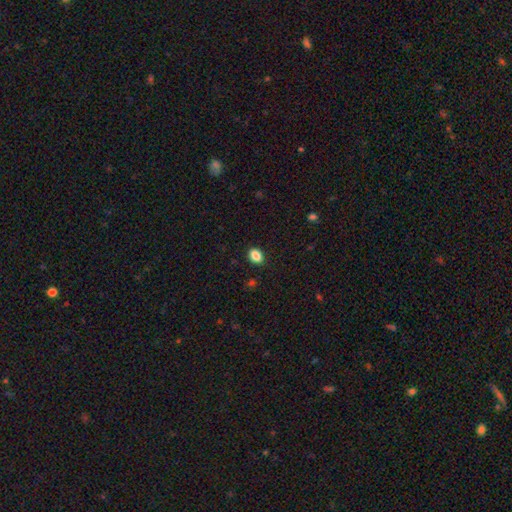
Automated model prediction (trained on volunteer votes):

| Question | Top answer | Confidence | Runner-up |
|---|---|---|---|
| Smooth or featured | smooth | 87% | star or artifact (9%) |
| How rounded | in between | 67% | round (32%) |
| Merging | none | 89% | minor disturbance (8%) |